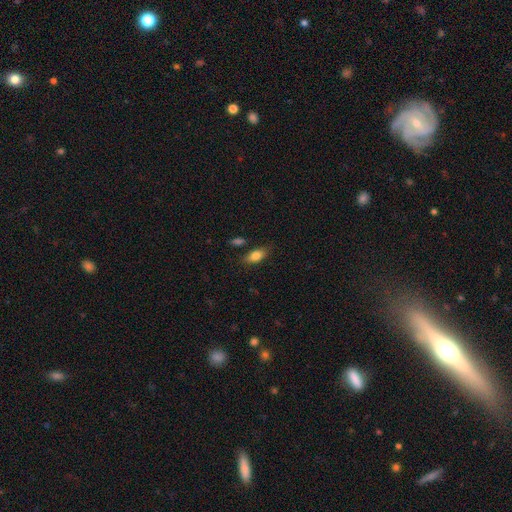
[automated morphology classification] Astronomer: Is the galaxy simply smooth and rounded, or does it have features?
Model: smooth — 81%.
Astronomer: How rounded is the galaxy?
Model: in between — 87%.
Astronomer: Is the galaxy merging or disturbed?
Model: none — 78%.